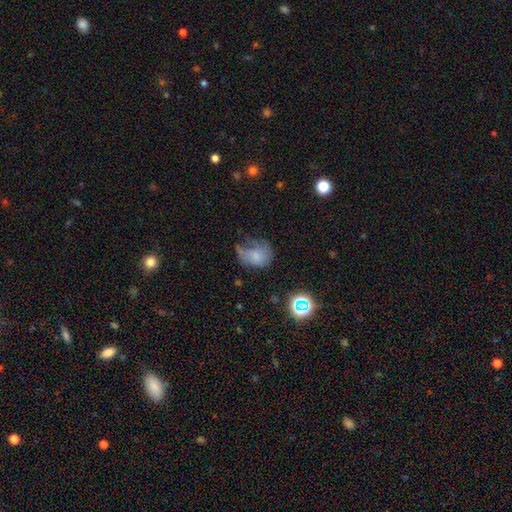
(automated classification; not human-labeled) Smooth or featured? Predicted: smooth (p=0.59). How rounded? Predicted: round (p=0.53). Merging? Predicted: major disturbance (p=0.33).